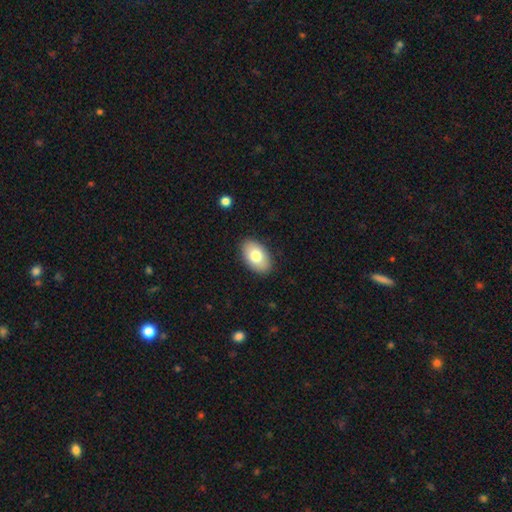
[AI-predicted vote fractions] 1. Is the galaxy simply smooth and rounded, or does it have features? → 77% smooth, 16% featured or disk, 7% star or artifact.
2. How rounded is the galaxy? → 93% in between, 6% round, 1% cigar-shaped.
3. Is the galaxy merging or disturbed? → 88% none, 8% minor disturbance, 2% major disturbance, 1% merger.